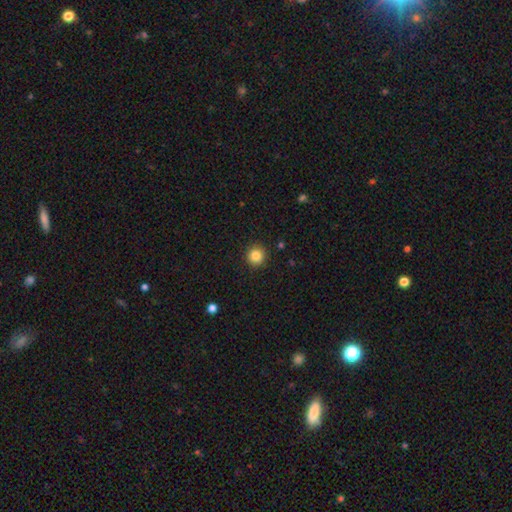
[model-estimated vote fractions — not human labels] Smooth or featured? smooth (84%)
How rounded? round (94%)
Merging? none (92%)